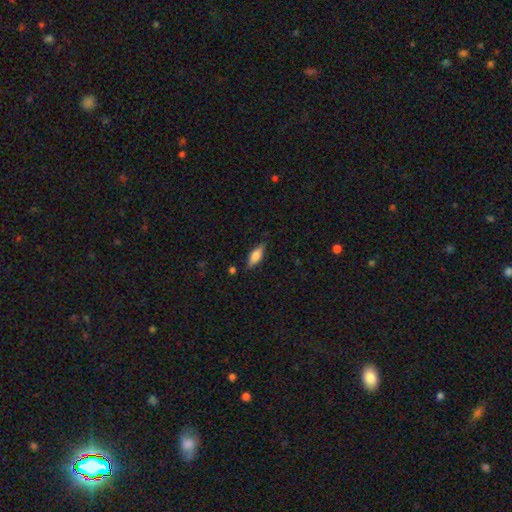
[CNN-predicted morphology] smooth_or_featured: smooth (p=0.61) [alt: featured or disk p=0.32]
how_rounded: in between (p=0.63) [alt: cigar-shaped p=0.34]
merging: none (p=0.82) [alt: minor disturbance p=0.14]